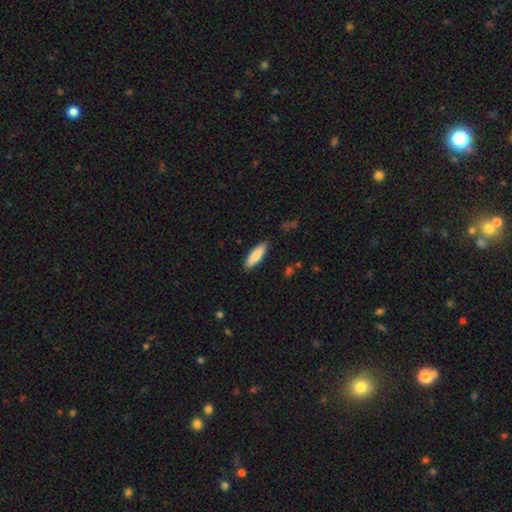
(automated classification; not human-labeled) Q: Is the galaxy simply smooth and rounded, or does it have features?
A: smooth — 84%.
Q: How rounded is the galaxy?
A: cigar-shaped — 52%.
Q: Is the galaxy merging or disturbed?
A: none — 88%.